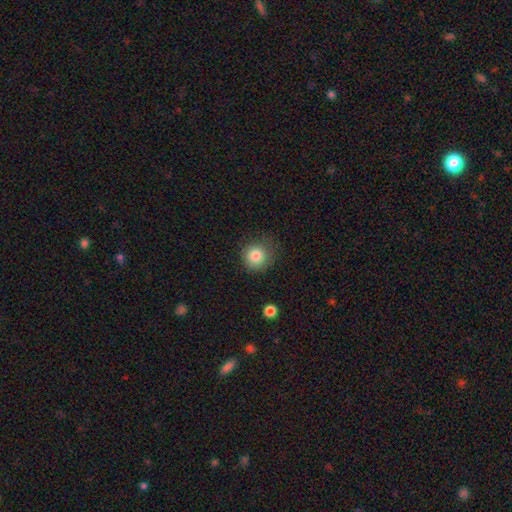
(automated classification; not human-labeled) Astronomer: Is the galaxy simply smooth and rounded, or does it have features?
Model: smooth — 83%.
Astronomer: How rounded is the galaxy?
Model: round — 91%.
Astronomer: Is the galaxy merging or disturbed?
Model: none — 77%.